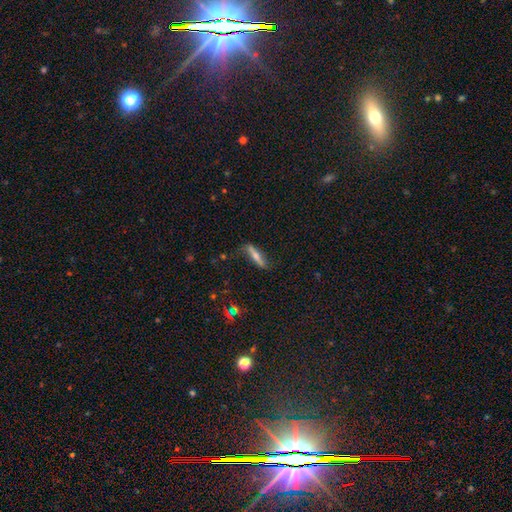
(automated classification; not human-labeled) smooth 47%, featured or disk 44%, star or artifact 8%. Down the decision tree: merging — none (65%).